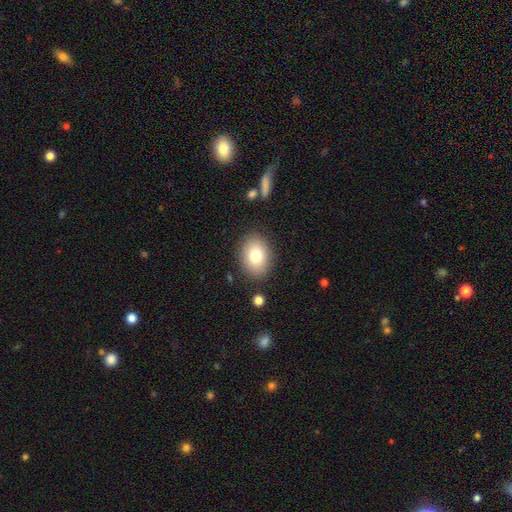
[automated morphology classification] This appears to be a smooth galaxy with no disk features (80%) that is in between round and cigar-shaped (69%). Merging: none (86%).